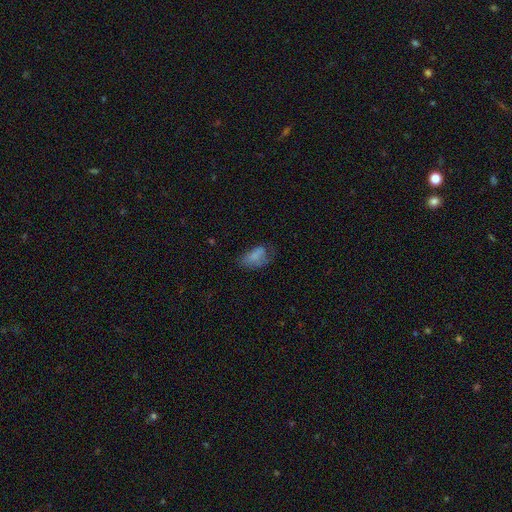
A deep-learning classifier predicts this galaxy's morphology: This appears to be a smooth galaxy with no disk features (72%) that is in between round and cigar-shaped (92%). Merging: none (39%).